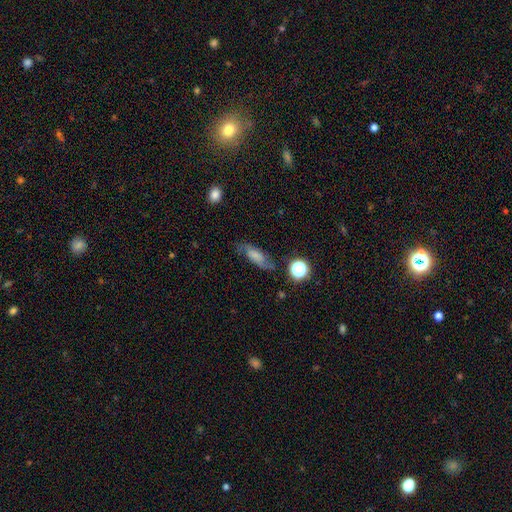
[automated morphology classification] Smooth or featured: smooth — 49% (featured or disk — 39%)
Merging: none — 71% (minor disturbance — 19%)